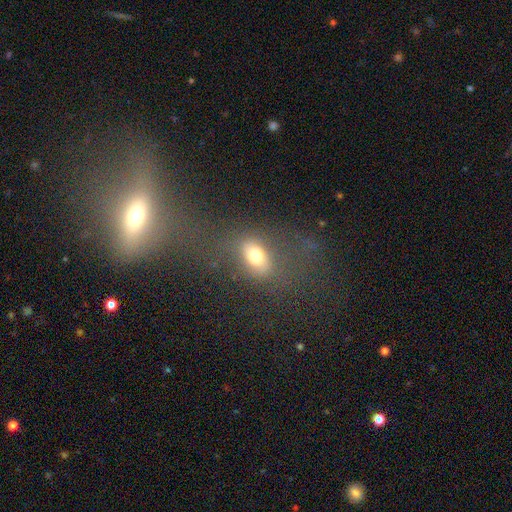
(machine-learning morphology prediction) type=smooth (68%); roundness=in between (68%); merging=none (53%).